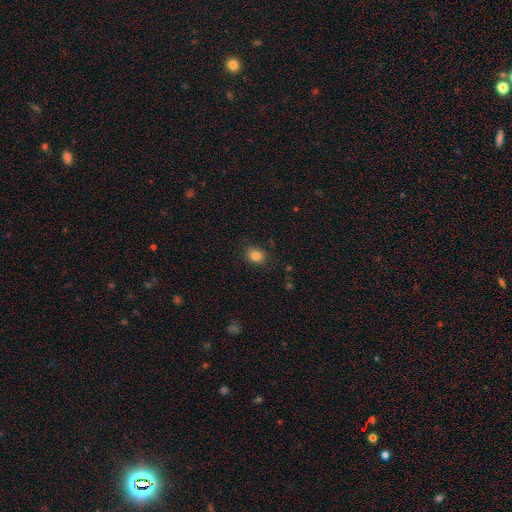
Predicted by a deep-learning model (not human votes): Smooth or featured? smooth (83%)
How rounded? in between (56%)
Merging? none (84%)